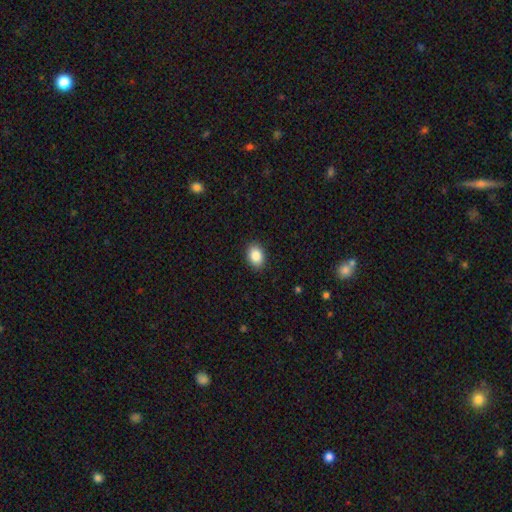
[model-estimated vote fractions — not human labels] Q: Smooth or featured?
A: smooth (87%); runner-up: star or artifact (8%)
Q: How rounded?
A: in between (76%); runner-up: round (23%)
Q: Merging?
A: none (89%); runner-up: minor disturbance (8%)